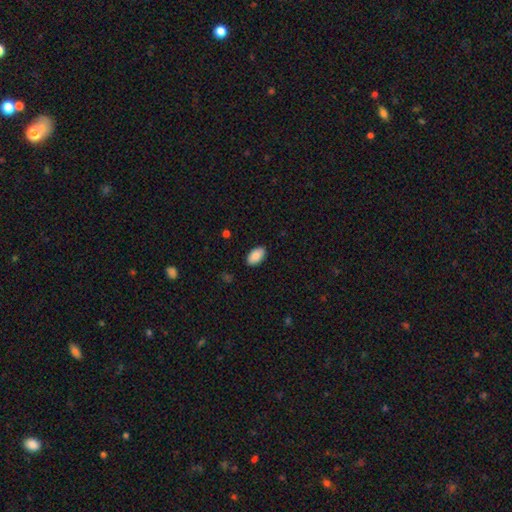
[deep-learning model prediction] A smooth galaxy with no disk features (89%) that is in between round and cigar-shaped (94%). Merging: none (88%).